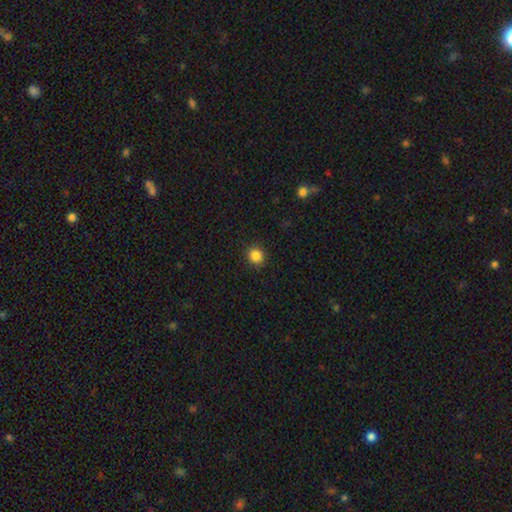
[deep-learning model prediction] smooth 86%, star or artifact 11%, featured or disk 4%. Down the decision tree: how rounded — round (89%); merging — none (91%).